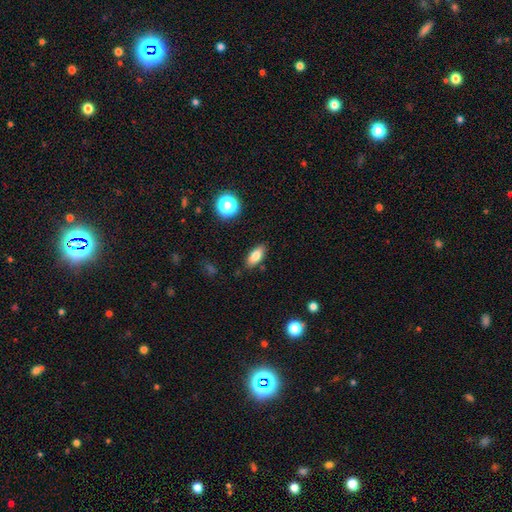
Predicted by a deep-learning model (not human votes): The model was most divided on "smooth or featured": smooth: 78%, featured or disk: 13%, star or artifact: 9%. More confident: merging — none (86%); how rounded — in between (83%).